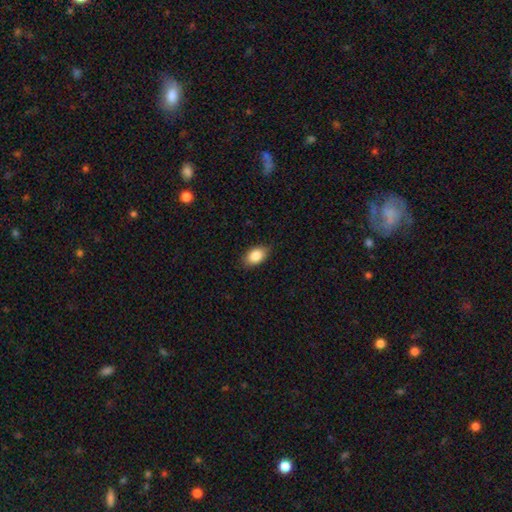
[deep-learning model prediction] A smooth galaxy with no disk features (86%) that is in between round and cigar-shaped (88%). Merging: none (84%).